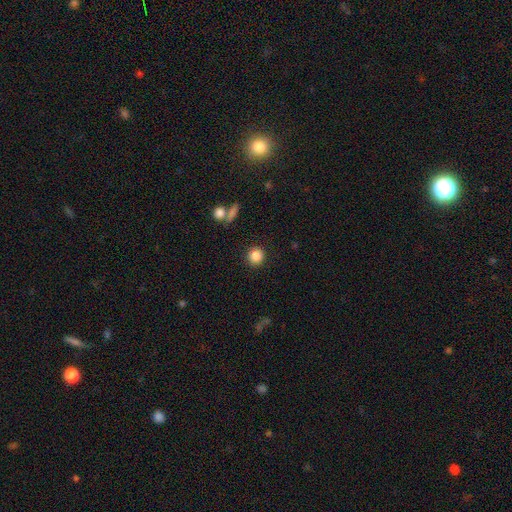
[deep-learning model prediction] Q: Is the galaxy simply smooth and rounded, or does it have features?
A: smooth — 86%.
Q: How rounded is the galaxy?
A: round — 91%.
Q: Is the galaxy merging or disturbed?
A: none — 88%.